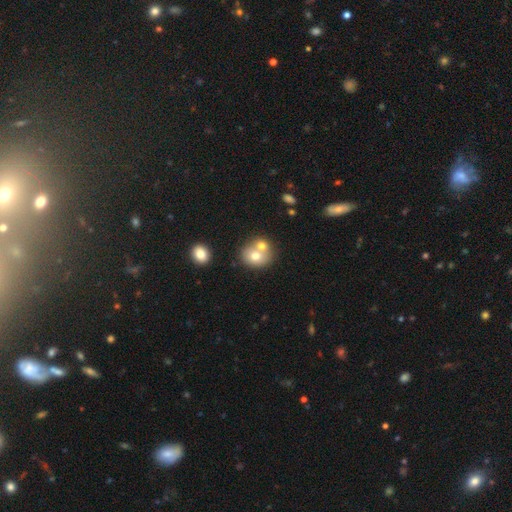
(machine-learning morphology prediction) Smooth or featured?
  - smooth: 68% *
  - featured or disk: 22%
  - star or artifact: 10%
How rounded?
  - round: 72% *
  - in between: 27%
  - cigar-shaped: 1%
Merging?
  - merger: 52% *
  - none: 38%
  - minor disturbance: 7%
  - major disturbance: 3%